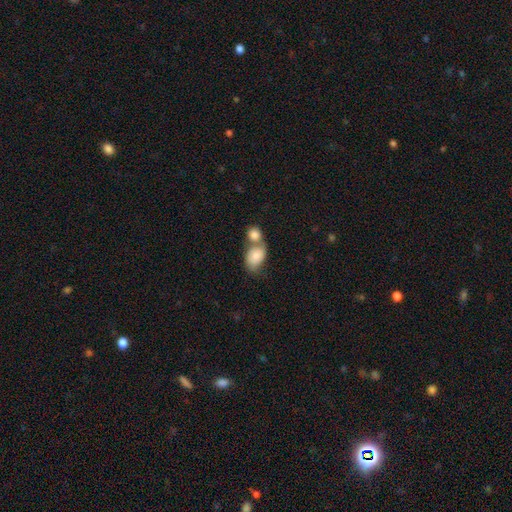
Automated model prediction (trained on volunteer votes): This appears to be a smooth galaxy with no disk features (81%) that is in between round and cigar-shaped (77%). Merging: merger (61%).